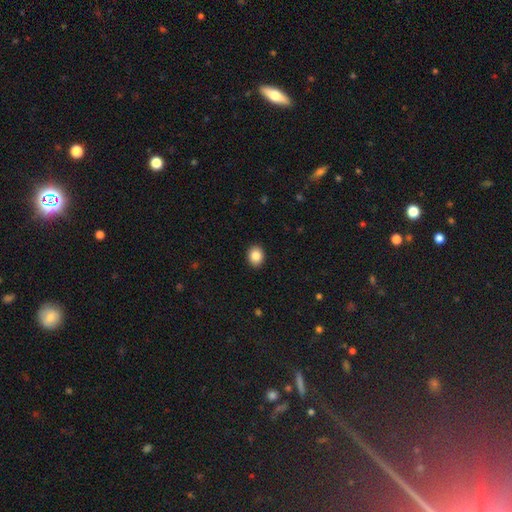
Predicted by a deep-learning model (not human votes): Smooth or featured? Predicted: smooth (p=0.85). How rounded? Predicted: round (p=0.60). Merging? Predicted: none (p=0.92).